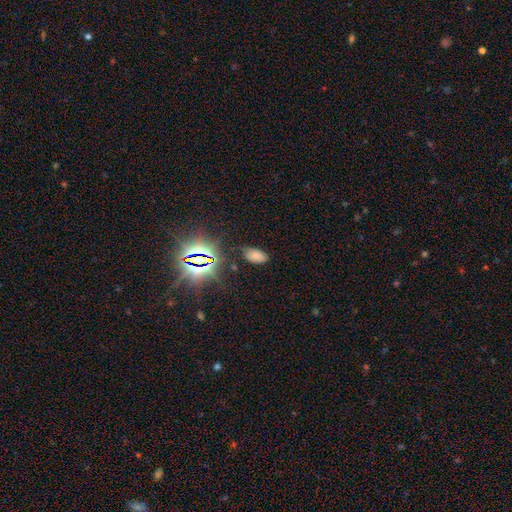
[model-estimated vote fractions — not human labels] Smooth or featured? Predicted: smooth (p=0.66). How rounded? Predicted: in between (p=0.93). Merging? Predicted: none (p=0.79).